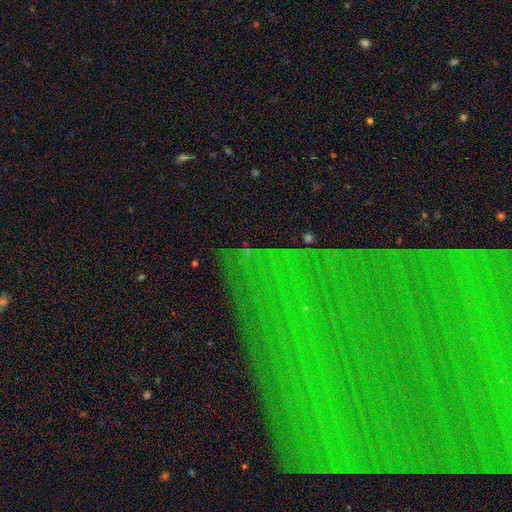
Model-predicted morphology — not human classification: A star or artifact, not a galaxy (81%).